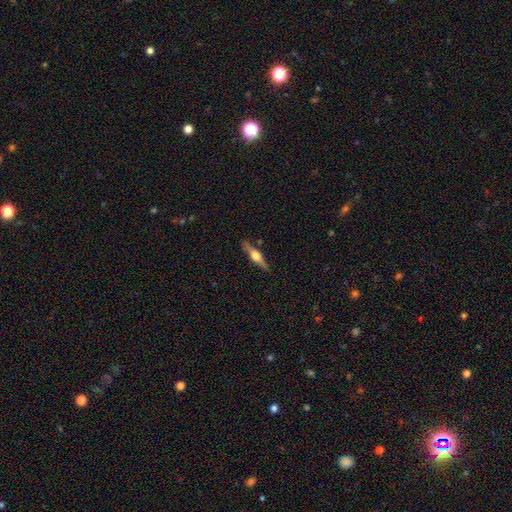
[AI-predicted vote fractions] Smooth or featured: featured or disk — 71% (smooth — 24%)
Edge-on disk: yes — 97% (no — 3%)
Edge-on bulge: rounded — 93% (boxy — 5%)
Merging: none — 87% (minor disturbance — 9%)